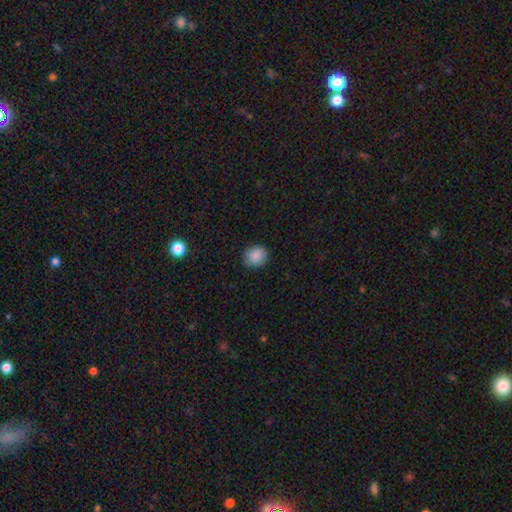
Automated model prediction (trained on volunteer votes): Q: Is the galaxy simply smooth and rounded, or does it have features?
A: smooth — 88%.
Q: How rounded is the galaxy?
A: round — 76%.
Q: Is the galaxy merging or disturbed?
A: none — 87%.